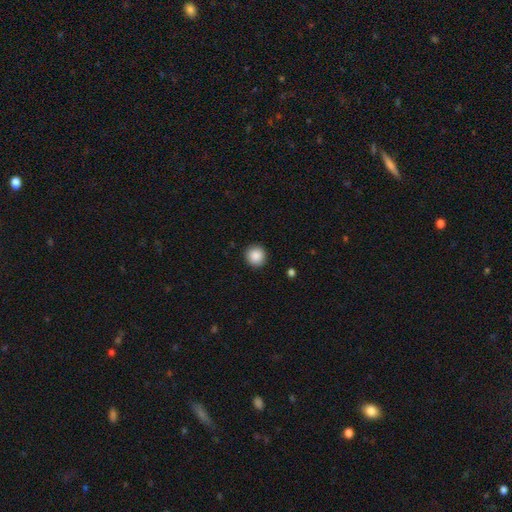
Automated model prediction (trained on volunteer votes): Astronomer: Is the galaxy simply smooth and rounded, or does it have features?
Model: smooth — 89%.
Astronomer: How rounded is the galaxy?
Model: round — 94%.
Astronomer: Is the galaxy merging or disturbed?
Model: none — 92%.